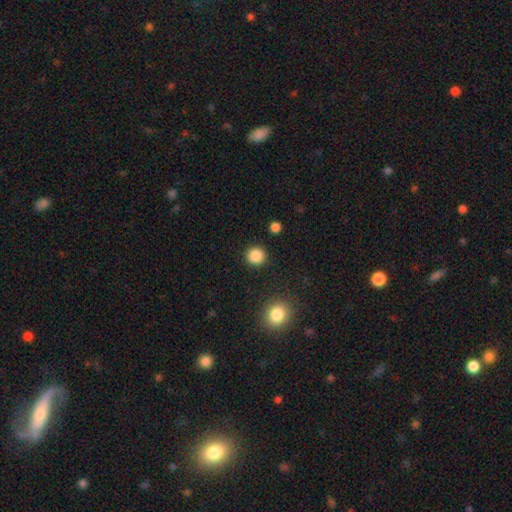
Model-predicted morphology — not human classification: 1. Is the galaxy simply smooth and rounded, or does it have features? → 86% smooth, 10% star or artifact, 3% featured or disk.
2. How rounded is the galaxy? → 92% round, 7% in between, 1% cigar-shaped.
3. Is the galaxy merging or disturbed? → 91% none, 5% minor disturbance, 2% major disturbance, 2% merger.